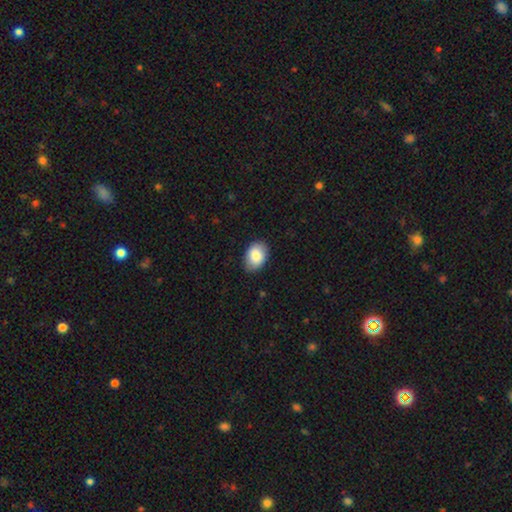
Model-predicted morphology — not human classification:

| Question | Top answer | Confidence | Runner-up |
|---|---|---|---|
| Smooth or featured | smooth | 85% | featured or disk (8%) |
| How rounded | in between | 82% | round (17%) |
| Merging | none | 84% | minor disturbance (13%) |